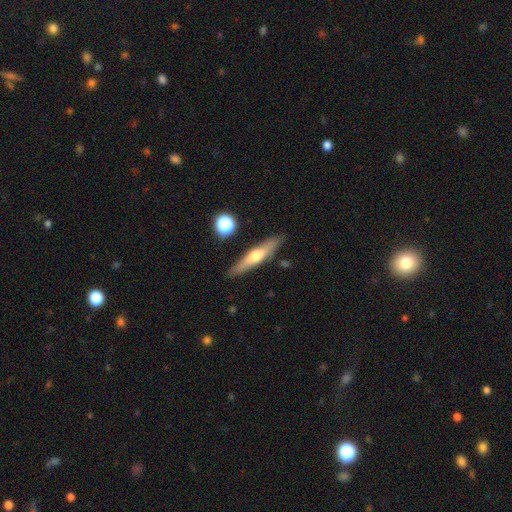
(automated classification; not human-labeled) featured or disk 51%, smooth 43%, star or artifact 7%. Down the decision tree: edge-on disk — yes (91%); merging — none (86%).